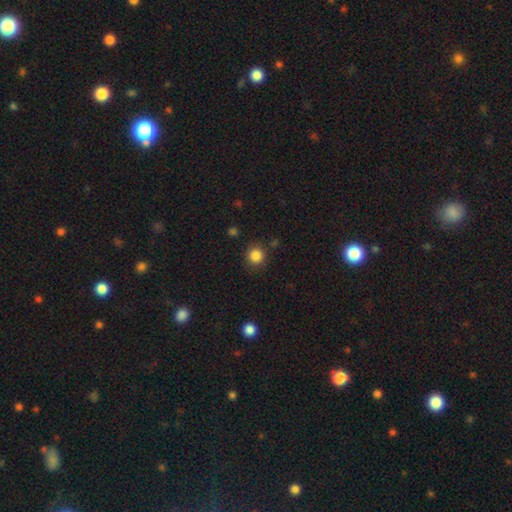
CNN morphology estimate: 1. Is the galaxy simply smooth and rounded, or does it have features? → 86% smooth, 11% star or artifact, 3% featured or disk.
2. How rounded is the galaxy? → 92% round, 7% in between, 1% cigar-shaped.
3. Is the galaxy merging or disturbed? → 86% none, 9% minor disturbance, 3% major disturbance, 2% merger.